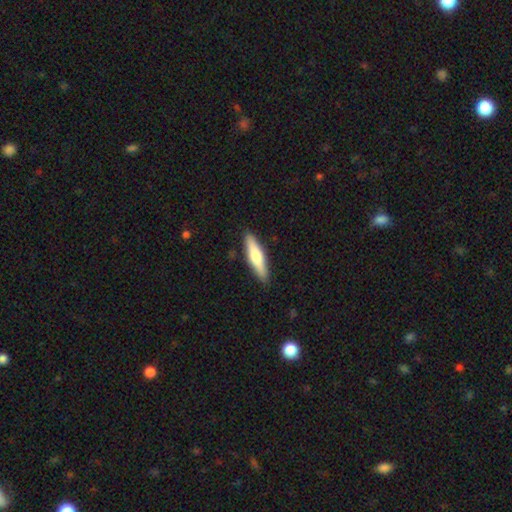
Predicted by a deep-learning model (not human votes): Smooth or featured? smooth (65%)
How rounded? cigar-shaped (79%)
Merging? none (89%)